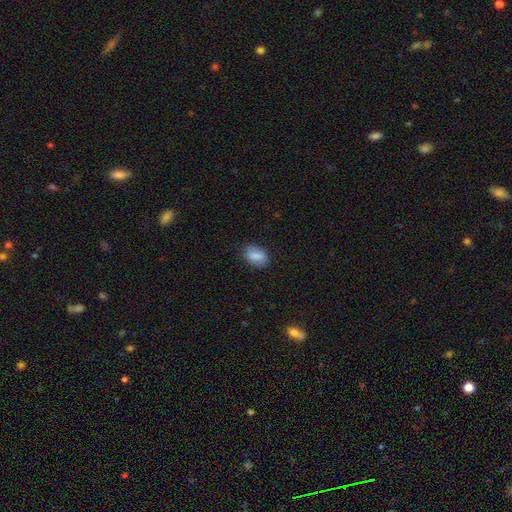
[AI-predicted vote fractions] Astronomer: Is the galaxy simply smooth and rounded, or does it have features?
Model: smooth — 82%.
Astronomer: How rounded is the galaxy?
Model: in between — 86%.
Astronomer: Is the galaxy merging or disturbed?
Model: none — 81%.